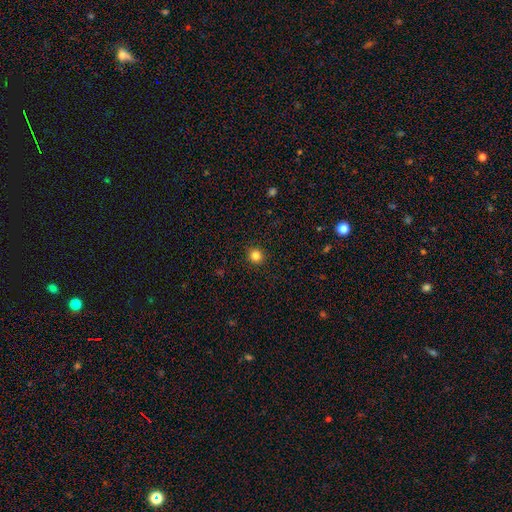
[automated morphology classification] A smooth galaxy with no disk features (84%) that is round (93%).

Vote fractions:
- Smooth or featured? smooth: 84% / star or artifact: 12% / featured or disk: 4%
- How rounded? round: 93% / in between: 6% / cigar-shaped: 1%
- Merging? none: 93% / minor disturbance: 5% / major disturbance: 2% / merger: 1%